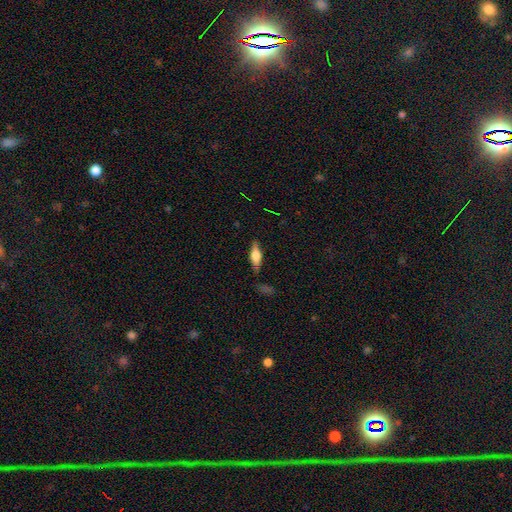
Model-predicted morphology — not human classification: Smooth or featured? smooth (54%)
How rounded? in between (53%)
Merging? none (80%)